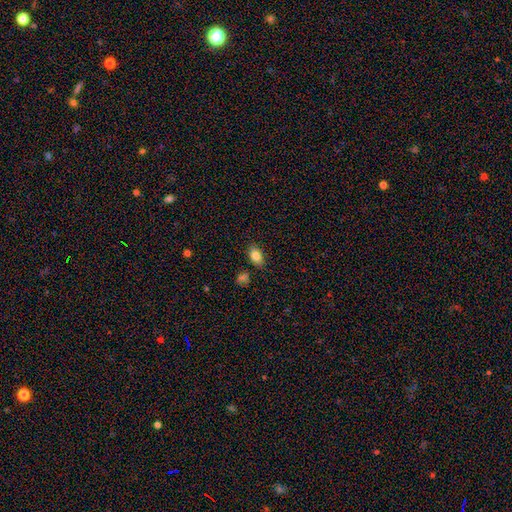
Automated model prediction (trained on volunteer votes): This appears to be a smooth galaxy with no disk features (84%) that is in between round and cigar-shaped (86%). Merging: none (83%).